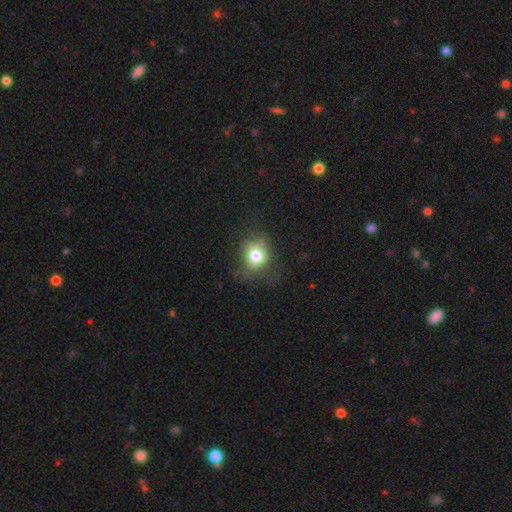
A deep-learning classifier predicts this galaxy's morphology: Q: Smooth or featured?
A: smooth (73%); runner-up: featured or disk (14%)
Q: How rounded?
A: round (67%); runner-up: in between (32%)
Q: Merging?
A: none (58%); runner-up: minor disturbance (25%)